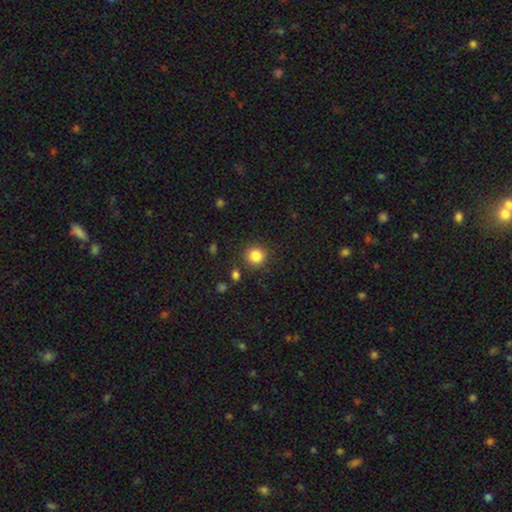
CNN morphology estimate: Smooth or featured?
  - smooth: 84% *
  - star or artifact: 11%
  - featured or disk: 5%
How rounded?
  - round: 92% *
  - in between: 7%
  - cigar-shaped: 1%
Merging?
  - none: 87% *
  - minor disturbance: 8%
  - merger: 3%
  - major disturbance: 3%